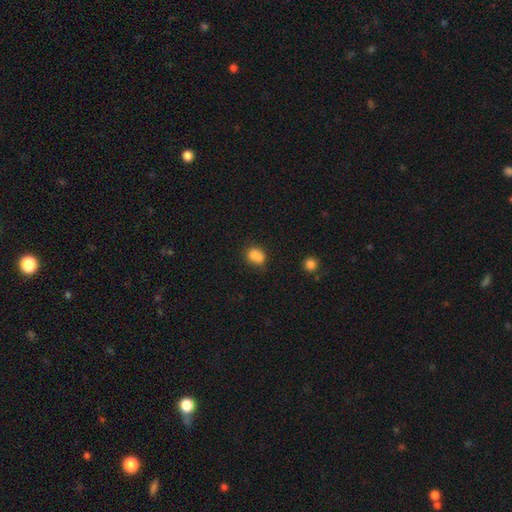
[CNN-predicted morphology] Smooth or featured? Predicted: smooth (p=0.76). How rounded? Predicted: round (p=0.58). Merging? Predicted: merger (p=0.46).